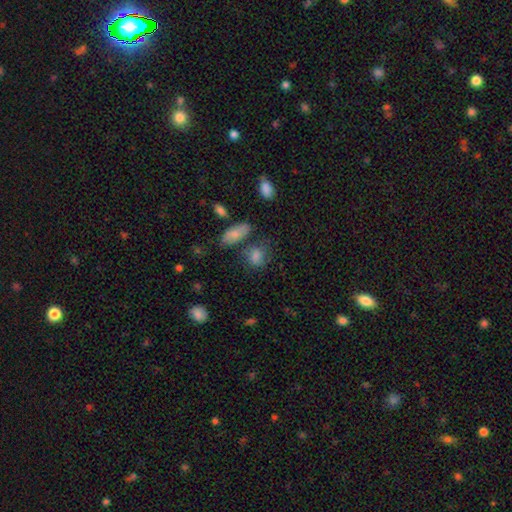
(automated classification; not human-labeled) smooth_or_featured: smooth (p=0.72) [alt: star or artifact p=0.14]
how_rounded: in between (p=0.61) [alt: round p=0.36]
merging: none (p=0.56) [alt: minor disturbance p=0.20]